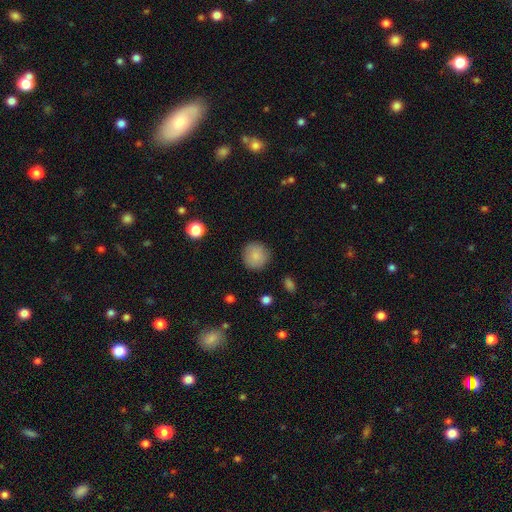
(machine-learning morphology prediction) Smooth or featured?
  - smooth: 86% *
  - star or artifact: 8%
  - featured or disk: 6%
How rounded?
  - round: 93% *
  - in between: 6%
  - cigar-shaped: 1%
Merging?
  - none: 89% *
  - minor disturbance: 8%
  - major disturbance: 2%
  - merger: 1%